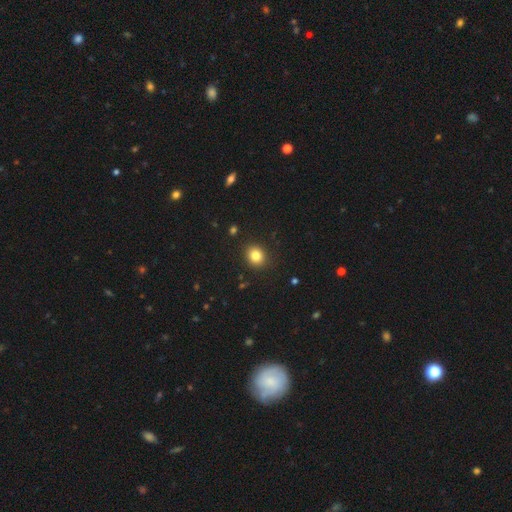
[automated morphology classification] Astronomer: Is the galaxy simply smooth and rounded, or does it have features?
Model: smooth — 82%.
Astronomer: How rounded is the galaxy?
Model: round — 70%.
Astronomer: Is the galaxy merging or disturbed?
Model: none — 90%.